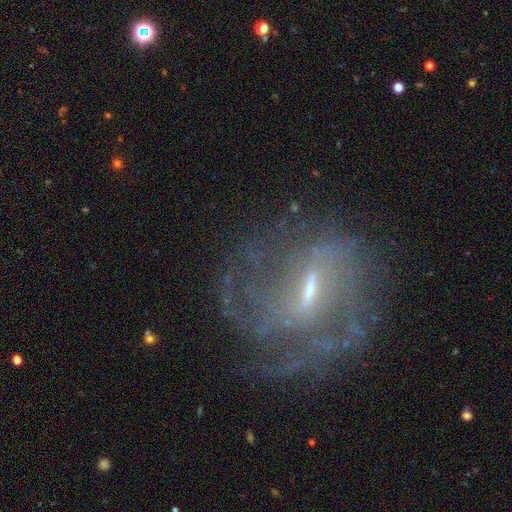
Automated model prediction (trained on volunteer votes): Smooth or featured? featured or disk (81%)
Edge-on disk? no (95%)
Bar? weak (53%)
Spiral arms? yes (88%)
Spiral winding? tight (43%)
Spiral arm count? can't tell (41%)
Bulge size? small (57%)
Merging? none (65%)